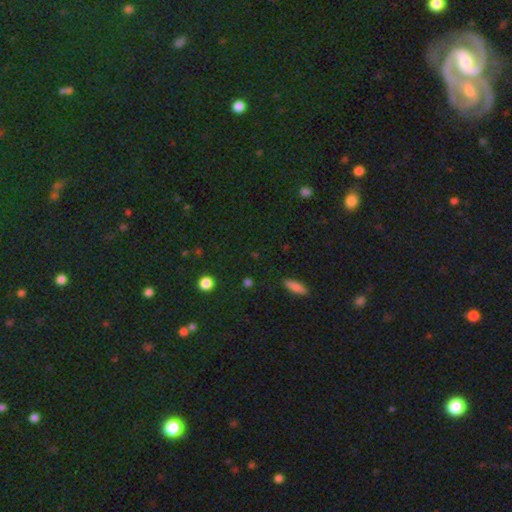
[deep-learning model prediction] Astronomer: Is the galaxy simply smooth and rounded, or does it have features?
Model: star or artifact — 63%.